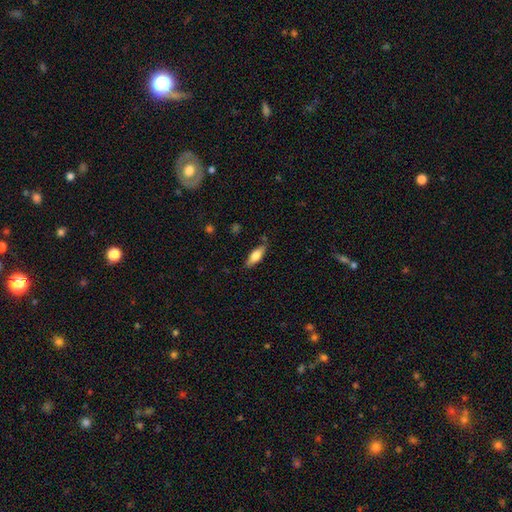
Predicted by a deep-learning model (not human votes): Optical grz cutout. It shows a smooth galaxy with no disk features (74%) that is in between round and cigar-shaped (67%). Merging: none (78%).